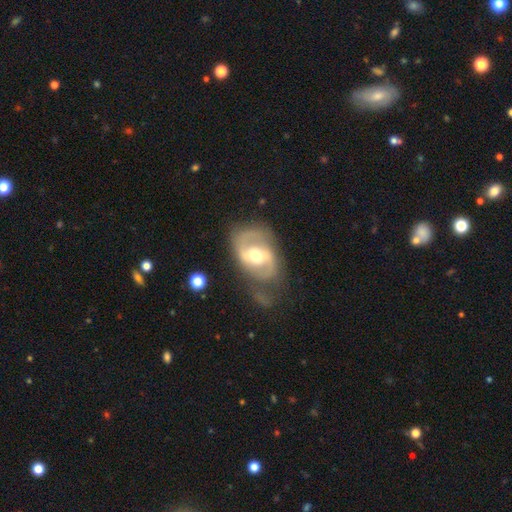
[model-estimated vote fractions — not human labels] Smooth or featured? featured or disk (76%)
Edge-on disk? no (96%)
Bar? weak (46%)
Spiral arms? yes (77%)
Spiral winding? medium (47%)
Spiral arm count? 2 (80%)
Bulge size? moderate (72%)
Merging? none (56%)